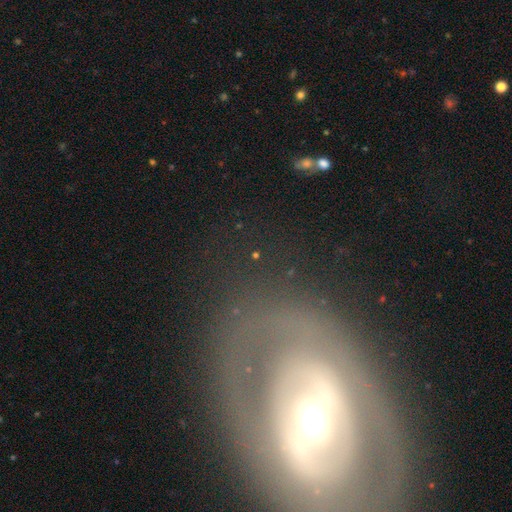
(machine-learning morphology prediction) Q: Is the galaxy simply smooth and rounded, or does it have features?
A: star or artifact — 52%.